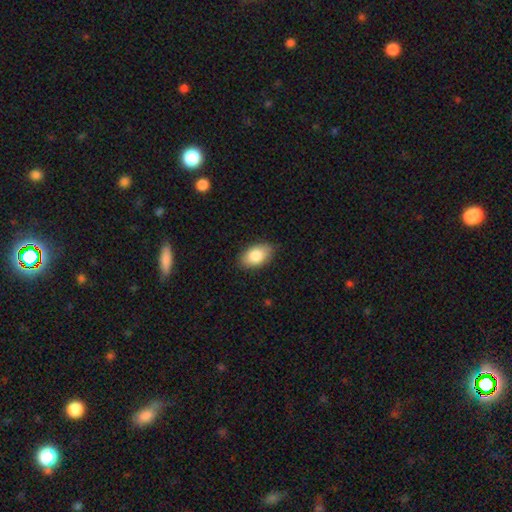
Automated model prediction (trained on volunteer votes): Morphology: type=smooth (85%); roundness=in between (93%); merging=none (85%).